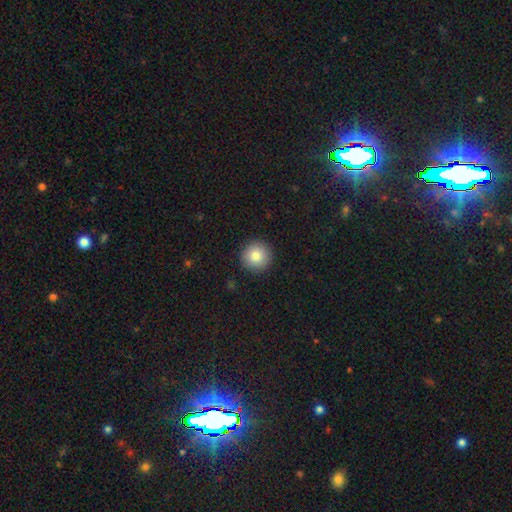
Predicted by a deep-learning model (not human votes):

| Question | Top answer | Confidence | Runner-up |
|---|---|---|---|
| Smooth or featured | smooth | 85% | star or artifact (9%) |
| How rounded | round | 95% | in between (4%) |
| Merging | none | 92% | minor disturbance (5%) |